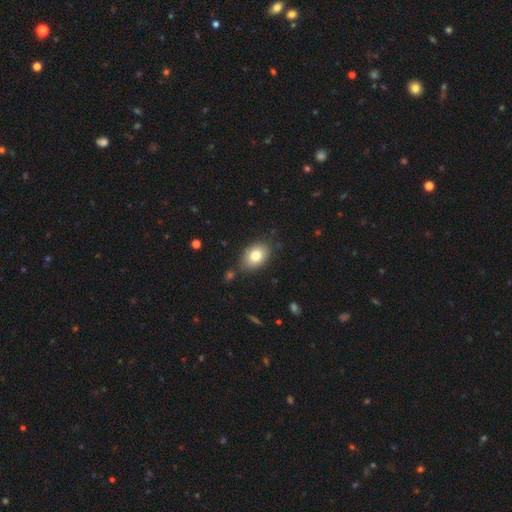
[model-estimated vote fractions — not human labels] Morphology: type=smooth (80%); roundness=in between (76%); merging=none (81%).